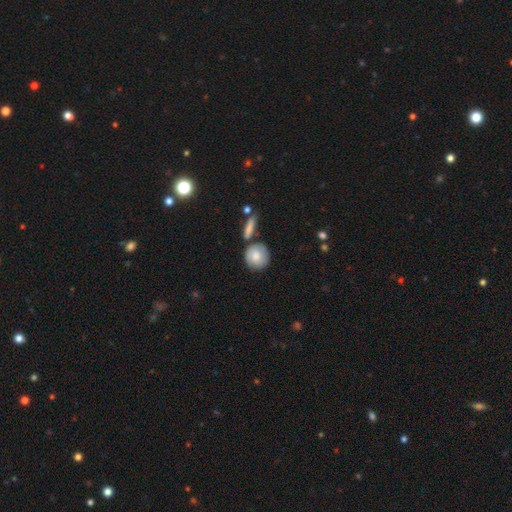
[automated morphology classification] Overall: smooth (75%). How rounded: round (85%). Merging: none (68%).